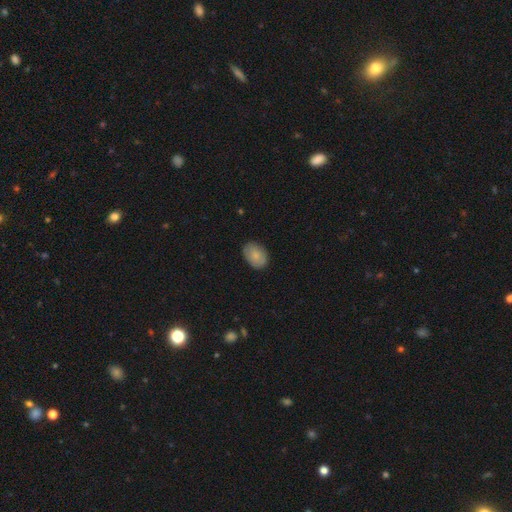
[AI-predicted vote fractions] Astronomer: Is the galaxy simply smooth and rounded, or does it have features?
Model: smooth — 80%.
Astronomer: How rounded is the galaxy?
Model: in between — 79%.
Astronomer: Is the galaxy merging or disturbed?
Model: none — 83%.